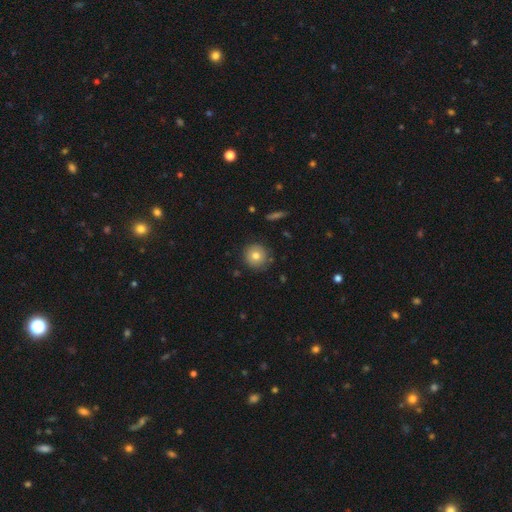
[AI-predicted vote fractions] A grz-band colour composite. It shows a smooth galaxy with no disk features (76%) that is round (94%). Merging: none (86%).